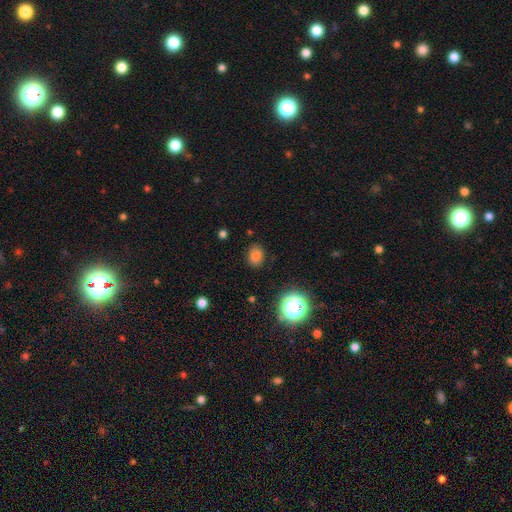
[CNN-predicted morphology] A smooth galaxy with no disk features (78%) that is in between round and cigar-shaped (63%).

Vote fractions:
- Smooth or featured? smooth: 78% / star or artifact: 16% / featured or disk: 5%
- How rounded? in between: 63% / round: 36% / cigar-shaped: 1%
- Merging? none: 84% / minor disturbance: 11% / major disturbance: 3% / merger: 2%